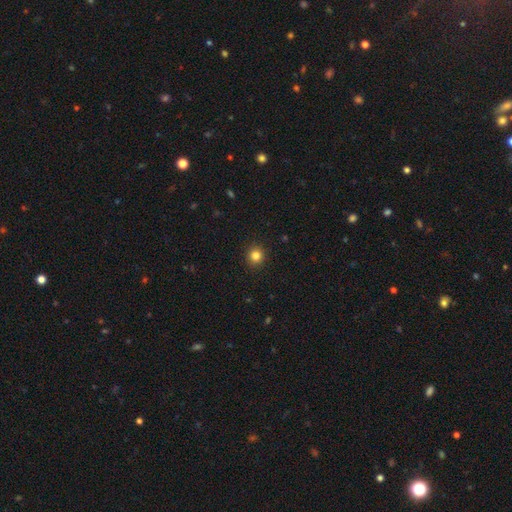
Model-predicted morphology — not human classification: smooth 83%, star or artifact 12%, featured or disk 5%. Down the decision tree: how rounded — round (92%); merging — none (92%).